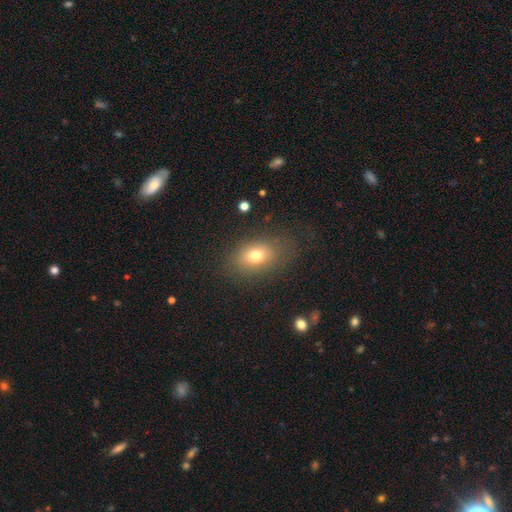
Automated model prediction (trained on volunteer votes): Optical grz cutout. It shows a smooth galaxy with no disk features (73%) that is in between round and cigar-shaped (78%). Merging: none (74%).